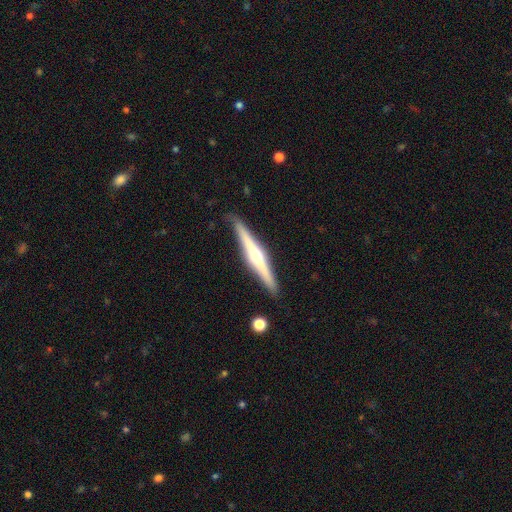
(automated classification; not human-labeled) featured or disk 75%, smooth 20%, star or artifact 5%. Down the decision tree: edge-on disk — yes (98%); edge-on bulge — rounded (90%); merging — none (87%).